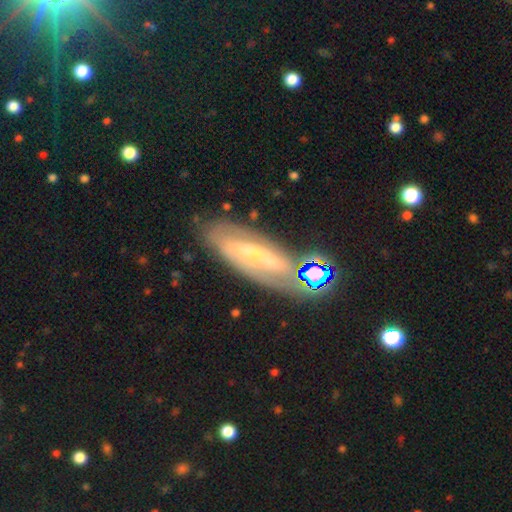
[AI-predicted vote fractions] A featured or disk galaxy (71%) with a strong bar (45%), spiral arms (74%) and a small central bulge (70%).

Vote fractions:
- Smooth or featured? featured or disk: 71% / smooth: 19% / star or artifact: 10%
- Edge-on disk? no: 74% / yes: 26%
- Bar? strong: 45% / no: 28% / weak: 27%
- Spiral arms? yes: 74% / no: 26%
- Bulge size? small: 70% / moderate: 23% / none: 3% / large: 2% / dominant: 1%
- Merging? none: 74% / minor disturbance: 15% / major disturbance: 6% / merger: 5%